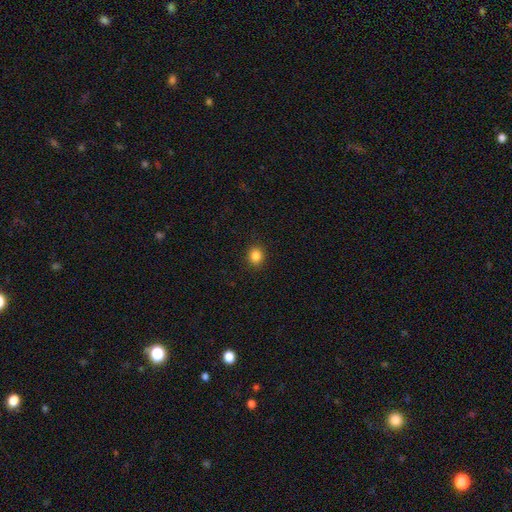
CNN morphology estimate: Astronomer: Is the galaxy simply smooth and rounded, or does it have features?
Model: smooth — 85%.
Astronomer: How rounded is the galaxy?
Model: round — 73%.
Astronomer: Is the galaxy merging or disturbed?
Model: none — 91%.